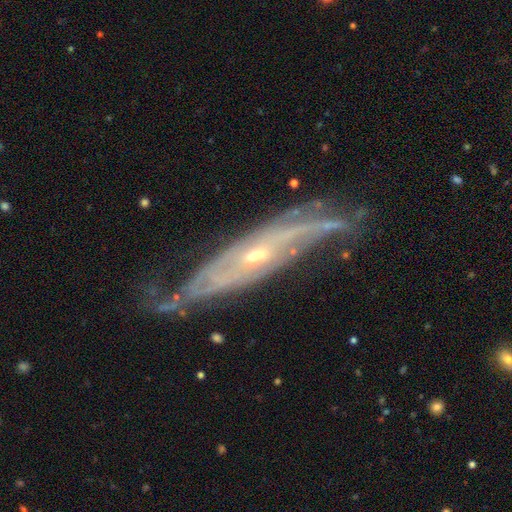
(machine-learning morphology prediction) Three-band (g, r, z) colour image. It shows a featured or disk galaxy (87%) with no bar (63%), tight (48%) spiral arms (93%) and a small central bulge (69%). Merging: none (66%).